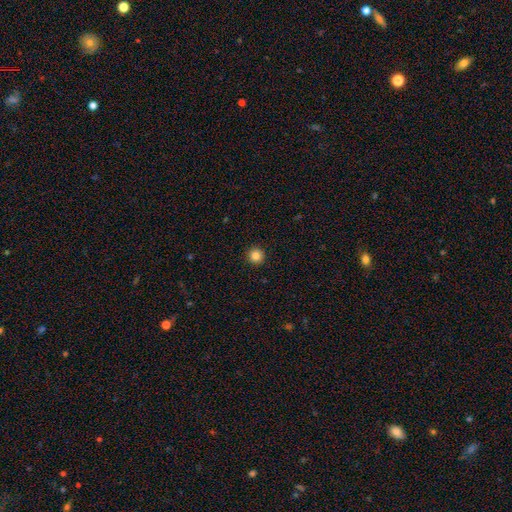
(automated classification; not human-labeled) smooth_or_featured: smooth (p=0.84) [alt: star or artifact p=0.11]
how_rounded: round (p=0.96) [alt: in between p=0.03]
merging: none (p=0.94) [alt: minor disturbance p=0.04]